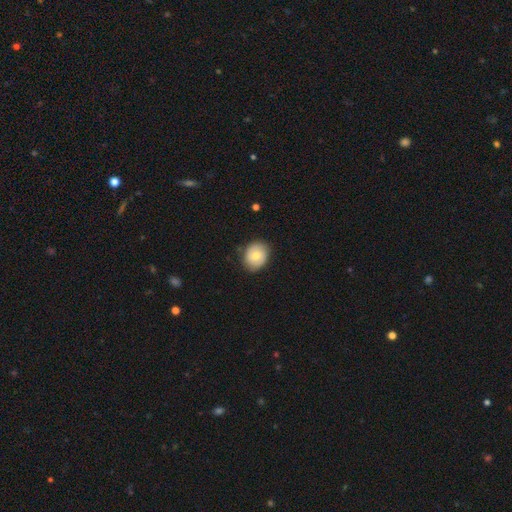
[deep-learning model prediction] Morphology: type=smooth (68%); roundness=round (63%); merging=none (82%).